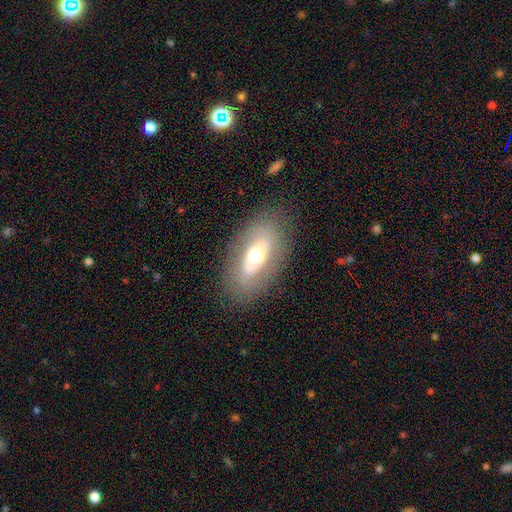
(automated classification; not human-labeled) featured or disk 50%, smooth 41%, star or artifact 9%. Down the decision tree: edge-on disk — no (82%); merging — none (81%).